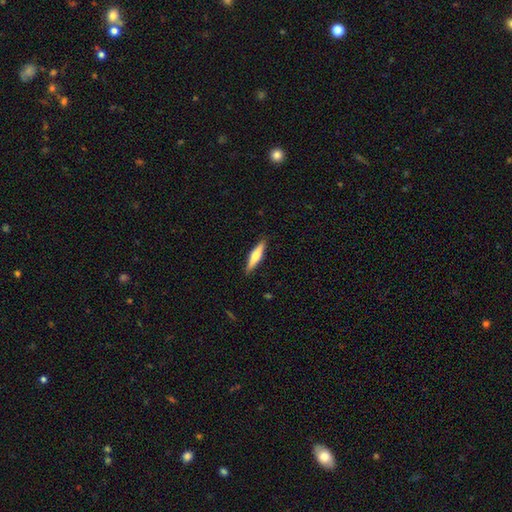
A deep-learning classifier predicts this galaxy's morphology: Smooth or featured: smooth — 49% (featured or disk — 45%)
Merging: none — 90% (minor disturbance — 8%)